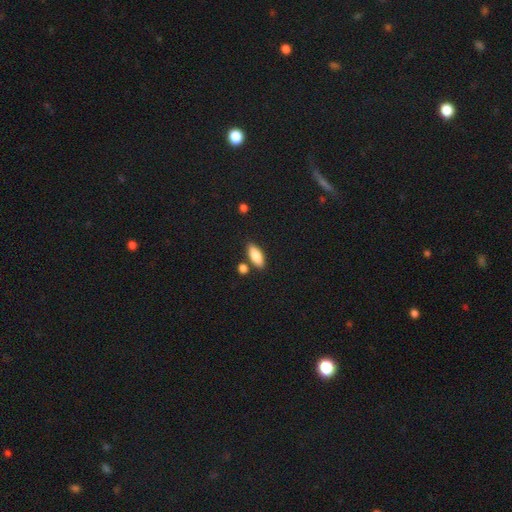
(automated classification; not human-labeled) The model was most divided on "how rounded": in between: 76%, cigar-shaped: 21%, round: 3%. More confident: smooth or featured — smooth (84%); merging — none (78%).